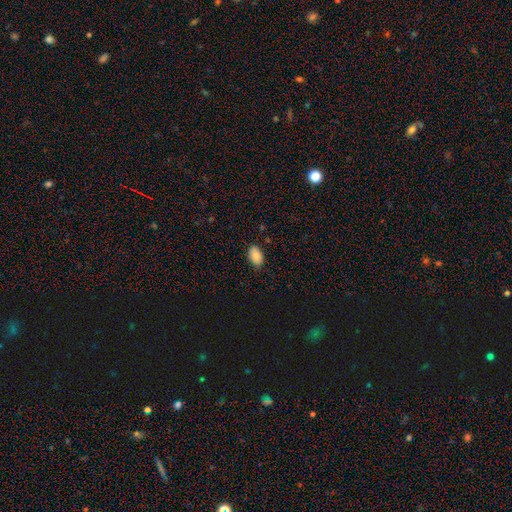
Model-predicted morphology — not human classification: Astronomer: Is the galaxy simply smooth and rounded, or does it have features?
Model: smooth — 87%.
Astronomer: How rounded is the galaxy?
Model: in between — 92%.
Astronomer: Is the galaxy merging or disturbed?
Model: none — 83%.